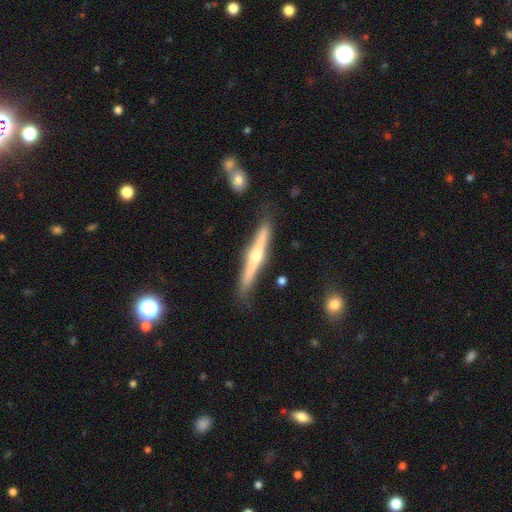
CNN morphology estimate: type=featured or disk (71%); edge-on=yes (97%); edge-on bulge=rounded (87%); merging=none (85%).